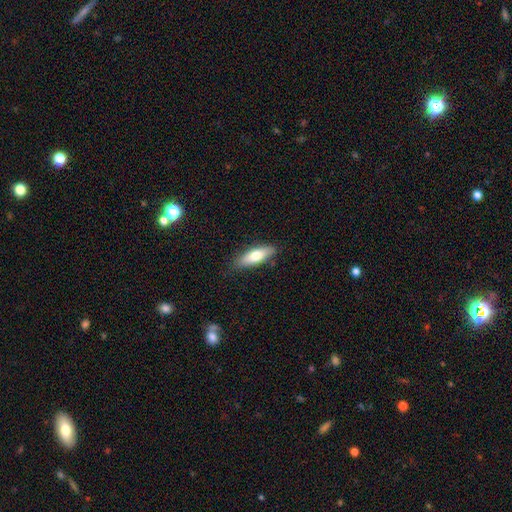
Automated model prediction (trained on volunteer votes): Smooth or featured: smooth — 70% (featured or disk — 24%)
How rounded: in between — 54% (cigar-shaped — 44%)
Merging: none — 84% (minor disturbance — 13%)